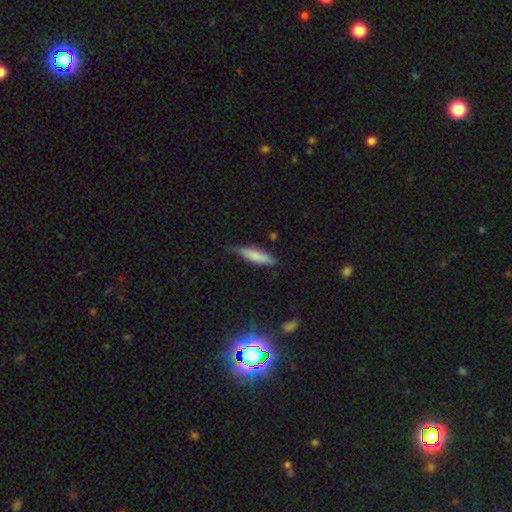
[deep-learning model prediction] Smooth or featured: smooth — 76% (featured or disk — 18%)
How rounded: cigar-shaped — 70% (in between — 29%)
Merging: none — 67% (minor disturbance — 27%)